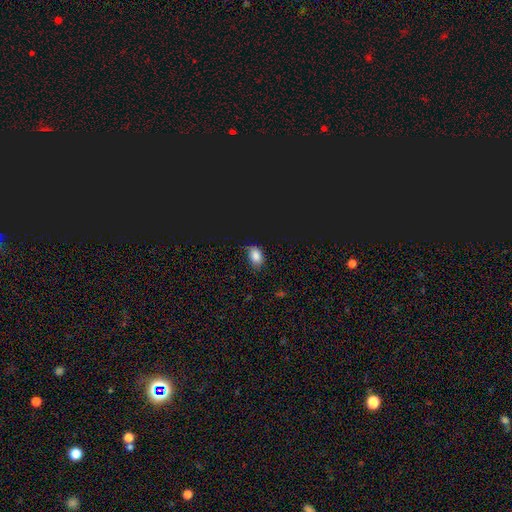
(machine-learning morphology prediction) A smooth galaxy with no disk features (76%) that is in between round and cigar-shaped (81%). Merging: none (59%).